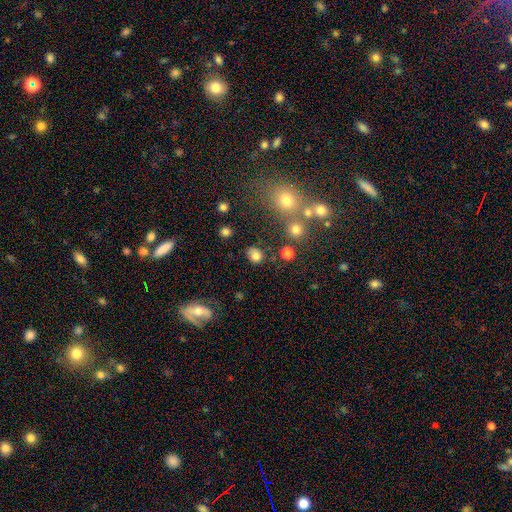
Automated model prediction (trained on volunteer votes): Smooth or featured: smooth — 79% (star or artifact — 13%)
How rounded: round — 71% (in between — 28%)
Merging: none — 78% (minor disturbance — 13%)